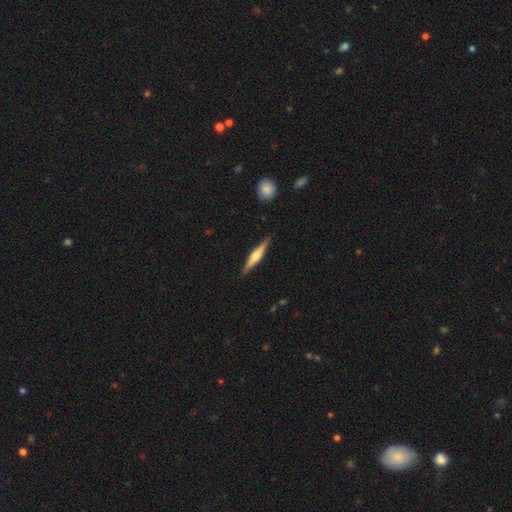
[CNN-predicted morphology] Smooth or featured: featured or disk — 65% (smooth — 29%)
Edge-on disk: yes — 97% (no — 3%)
Edge-on bulge: rounded — 85% (boxy — 9%)
Merging: none — 89% (minor disturbance — 8%)